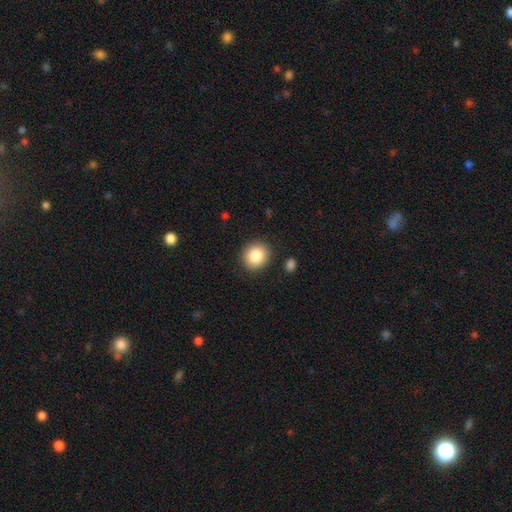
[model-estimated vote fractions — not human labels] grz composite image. It shows a smooth galaxy with no disk features (85%) that is round (80%). Merging: none (88%).